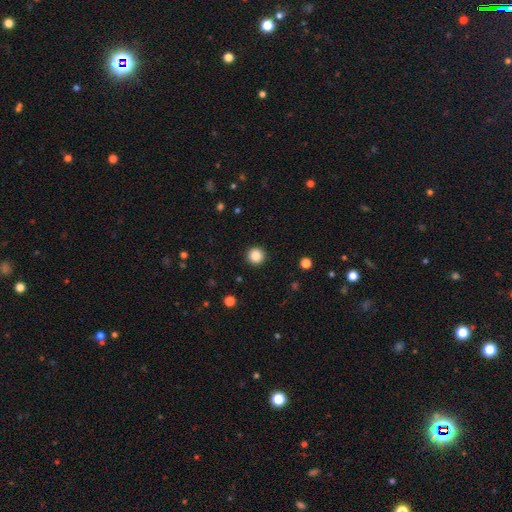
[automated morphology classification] smooth-or-featured: smooth: 86% | star or artifact: 11% | featured or disk: 3%
  how-rounded: round: 96% | in between: 3% | cigar-shaped: 1%
  merging: none: 93% | minor disturbance: 4% | major disturbance: 2% | merger: 1%